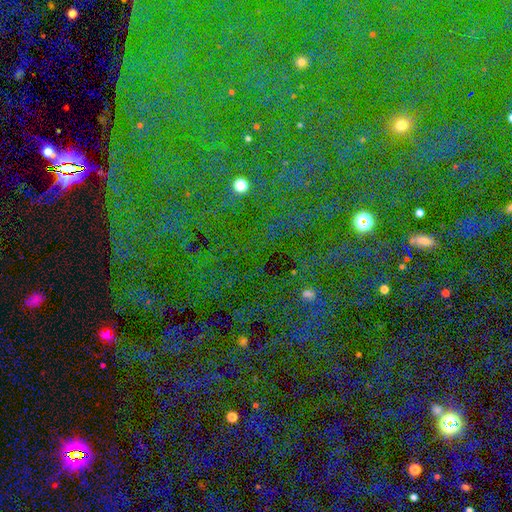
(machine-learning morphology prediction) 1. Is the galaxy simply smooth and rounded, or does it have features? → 79% star or artifact, 12% smooth, 9% featured or disk.